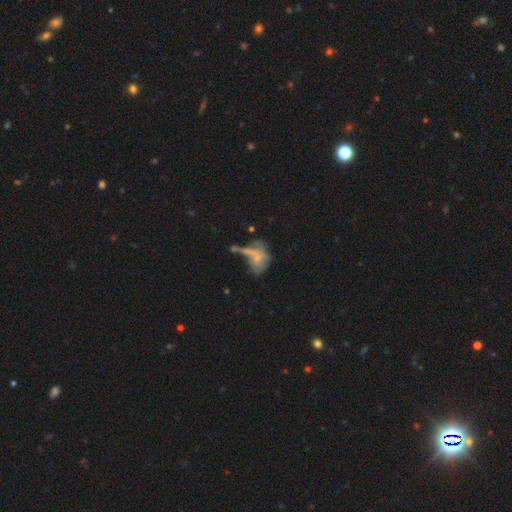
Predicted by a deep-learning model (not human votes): Smooth or featured?
  - smooth: 46% *
  - featured or disk: 40%
  - star or artifact: 14%
Merging?
  - major disturbance: 31% *
  - merger: 28%
  - none: 25%
  - minor disturbance: 16%